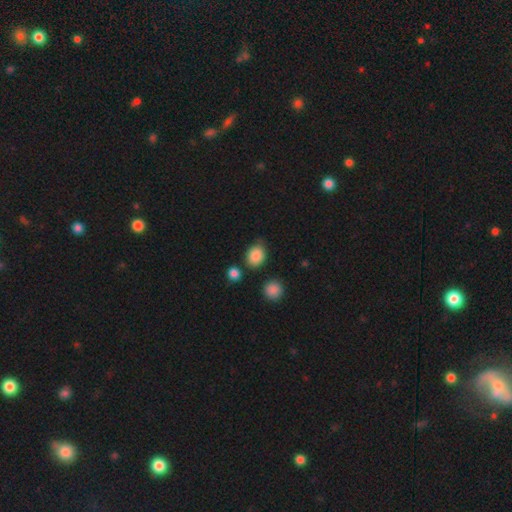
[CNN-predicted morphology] type=smooth (86%); roundness=in between (55%); merging=none (73%).